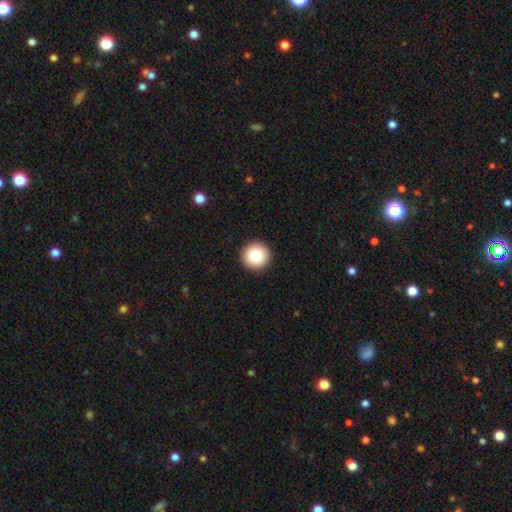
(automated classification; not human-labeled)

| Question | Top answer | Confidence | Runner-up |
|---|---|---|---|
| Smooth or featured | smooth | 84% | star or artifact (8%) |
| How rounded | round | 96% | in between (3%) |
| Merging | none | 94% | minor disturbance (4%) |